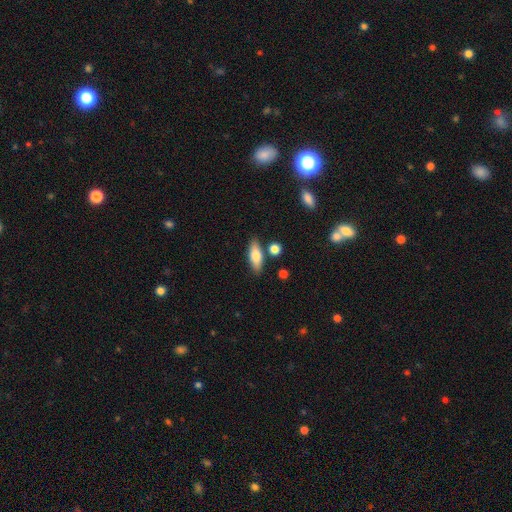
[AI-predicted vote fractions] A smooth galaxy with no disk features (71%) that is in between round and cigar-shaped (67%).

Vote fractions:
- Smooth or featured? smooth: 71% / featured or disk: 22% / star or artifact: 7%
- How rounded? in between: 67% / cigar-shaped: 29% / round: 4%
- Merging? none: 81% / minor disturbance: 11% / merger: 6% / major disturbance: 3%